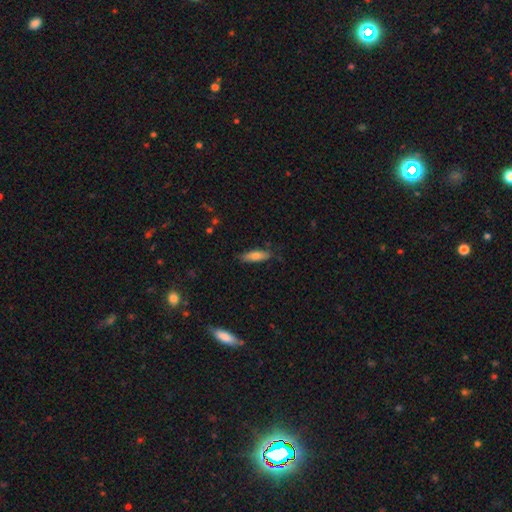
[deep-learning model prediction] smooth-or-featured: smooth: 76% | featured or disk: 17% | star or artifact: 7%
  how-rounded: cigar-shaped: 53% | in between: 45% | round: 2%
  merging: none: 81% | minor disturbance: 14% | major disturbance: 3% | merger: 1%